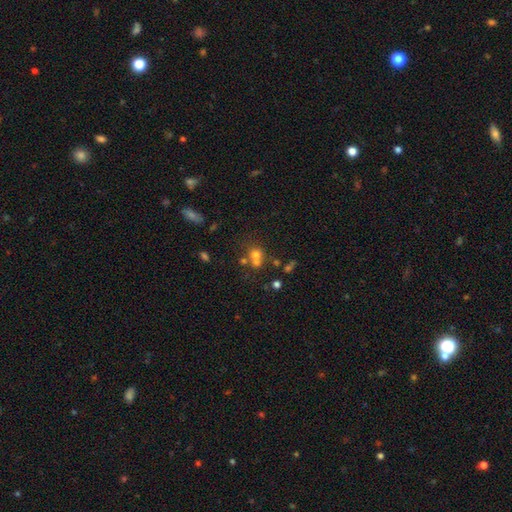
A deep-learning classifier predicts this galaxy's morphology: smooth-or-featured: smooth: 62% | star or artifact: 20% | featured or disk: 18%
  how-rounded: round: 81% | in between: 18% | cigar-shaped: 1%
  merging: merger: 45% | none: 43% | minor disturbance: 8% | major disturbance: 4%